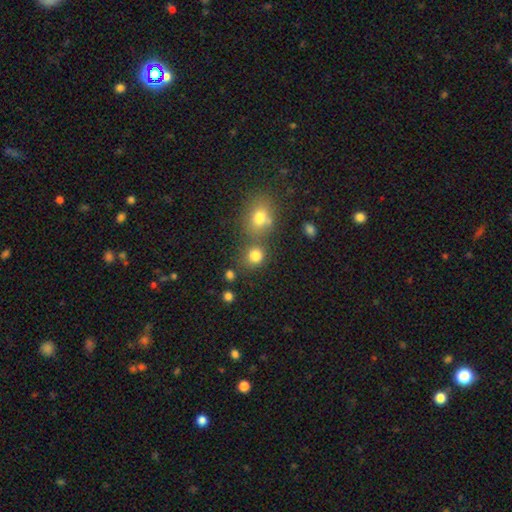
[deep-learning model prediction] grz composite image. It shows a smooth galaxy with no disk features (79%) that is round (78%). Merging: none (62%).